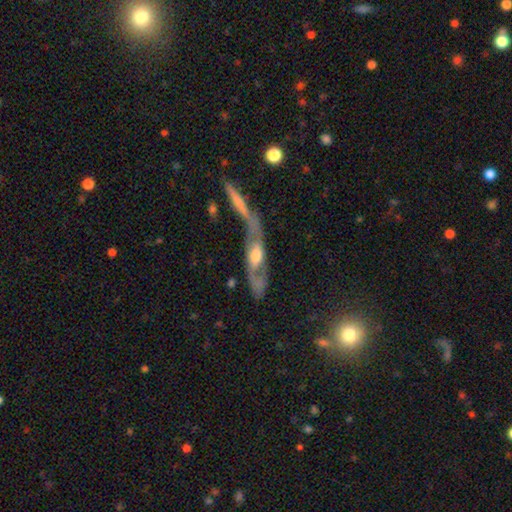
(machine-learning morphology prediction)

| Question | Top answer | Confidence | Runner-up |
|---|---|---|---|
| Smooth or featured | featured or disk | 67% | smooth (27%) |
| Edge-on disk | no | 61% | yes (39%) |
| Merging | merger | 41% | none (34%) |